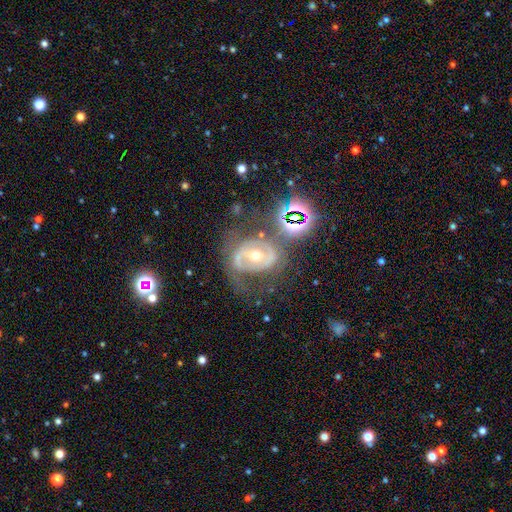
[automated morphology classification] Smooth or featured?
  - featured or disk: 76% *
  - smooth: 13%
  - star or artifact: 11%
Edge-on disk?
  - no: 96% *
  - yes: 4%
Bar?
  - no: 41% *
  - weak: 32%
  - strong: 26%
Spiral arms?
  - yes: 74% *
  - no: 26%
Spiral winding?
  - medium: 43% *
  - tight: 34%
  - loose: 23%
Spiral arm count?
  - 2: 67% *
  - can't tell: 18%
  - 1: 9%
  - 3: 4%
  - 4: 1%
  - more than 4: 1%
Bulge size?
  - moderate: 60% *
  - small: 35%
  - large: 3%
  - none: 1%
  - dominant: 1%
Merging?
  - none: 48% *
  - major disturbance: 25%
  - minor disturbance: 21%
  - merger: 6%